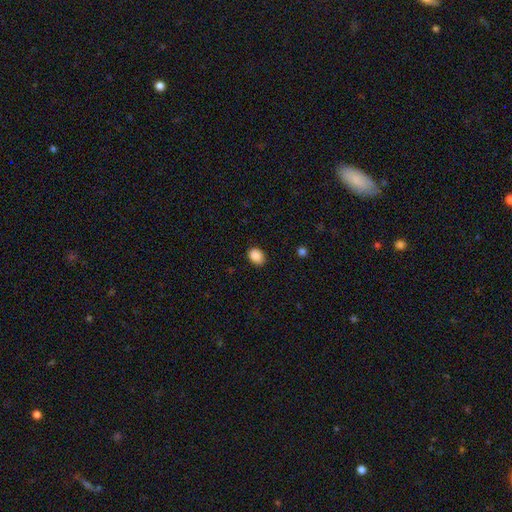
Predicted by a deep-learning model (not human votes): Smooth or featured? Predicted: smooth (p=0.89). How rounded? Predicted: in between (p=0.58). Merging? Predicted: none (p=0.86).